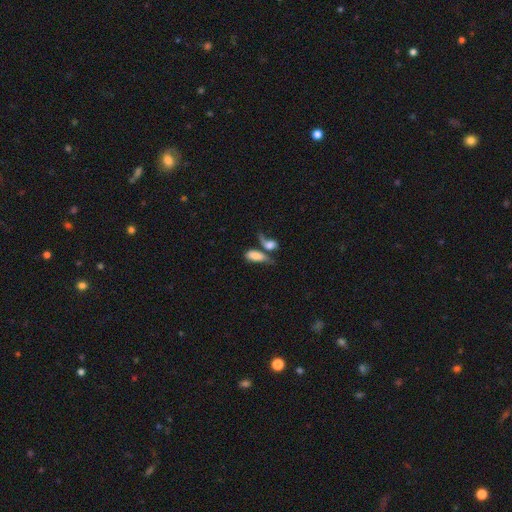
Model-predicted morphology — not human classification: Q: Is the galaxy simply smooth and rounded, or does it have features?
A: smooth — 77%.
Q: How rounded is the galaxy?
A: in between — 80%.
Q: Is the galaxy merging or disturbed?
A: merger — 52%.